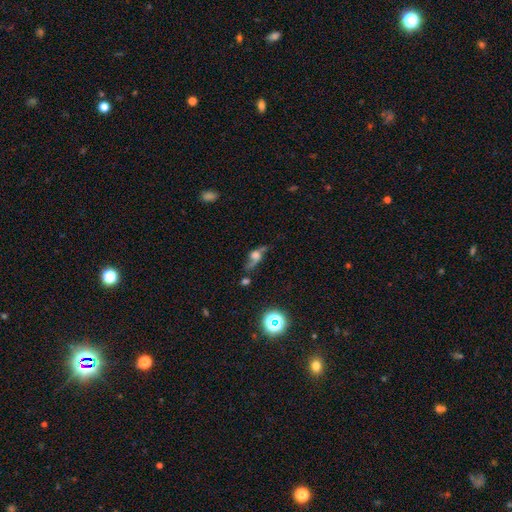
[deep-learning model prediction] Overall: featured or disk (56%; smooth 26%). Edge-on disk: no (74%). Merging: none (47%; major disturbance 23%).